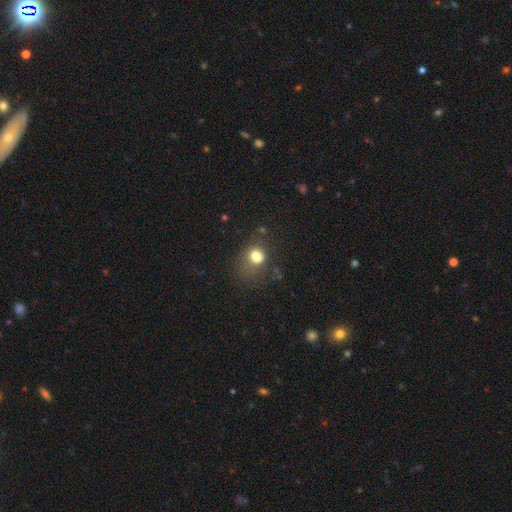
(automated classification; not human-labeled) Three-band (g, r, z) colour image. It shows a smooth galaxy with no disk features (77%) that is round (58%). Merging: none (53%).